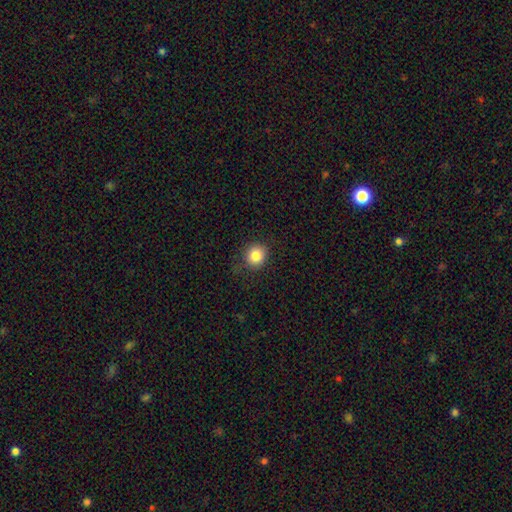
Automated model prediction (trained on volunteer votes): A smooth galaxy with no disk features (84%) that is round (86%). Merging: none (83%).